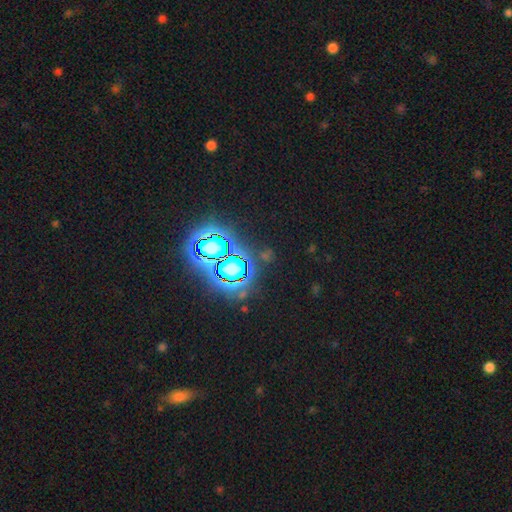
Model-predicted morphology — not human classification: smooth_or_featured: star or artifact (p=0.81) [alt: smooth p=0.11]